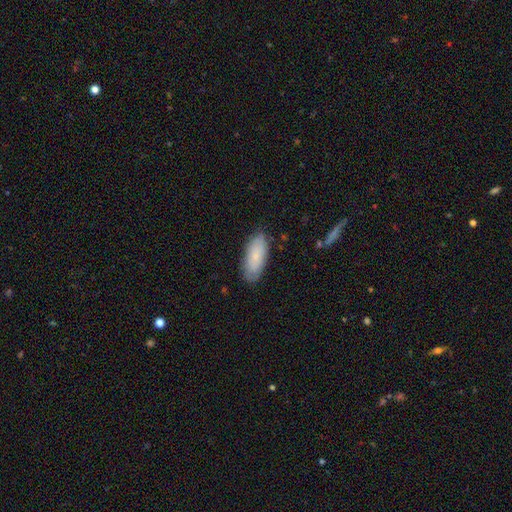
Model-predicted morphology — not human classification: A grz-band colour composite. It shows a smooth galaxy with no disk features (82%) that is in between round and cigar-shaped (82%). Merging: none (83%).